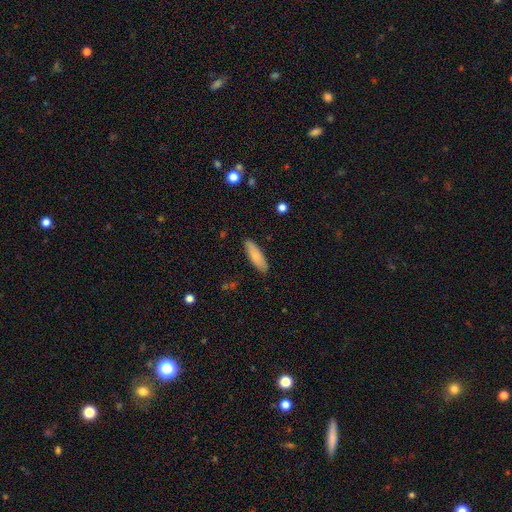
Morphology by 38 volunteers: Smooth or featured? smooth (89%)
How rounded? cigar-shaped (62%)
Merging? none (95%)